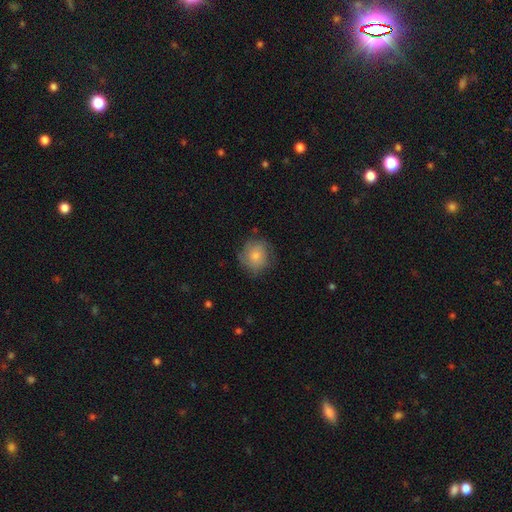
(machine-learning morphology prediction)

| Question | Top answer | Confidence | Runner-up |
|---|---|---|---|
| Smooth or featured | smooth | 71% | featured or disk (21%) |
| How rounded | round | 86% | in between (13%) |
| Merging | none | 71% | minor disturbance (21%) |